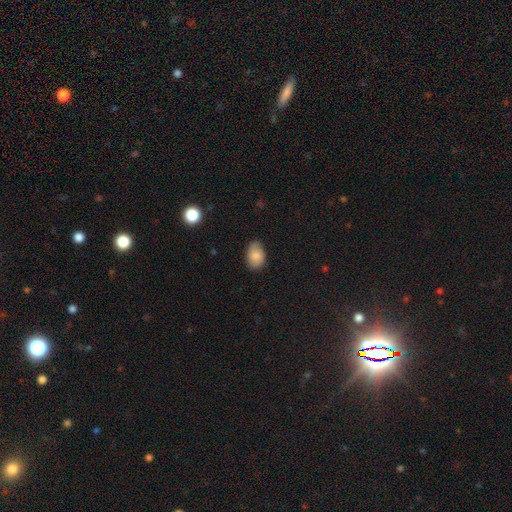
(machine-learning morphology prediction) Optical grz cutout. It shows a smooth galaxy with no disk features (83%) that is in between round and cigar-shaped (85%). Merging: none (70%).